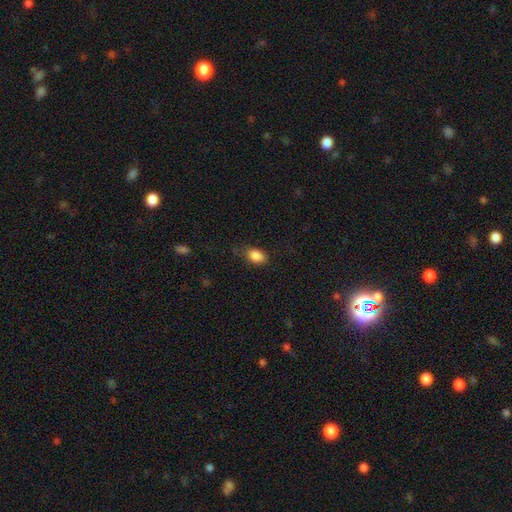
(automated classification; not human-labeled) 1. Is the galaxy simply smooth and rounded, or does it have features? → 86% smooth, 9% star or artifact, 5% featured or disk.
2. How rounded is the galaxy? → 85% in between, 13% round, 2% cigar-shaped.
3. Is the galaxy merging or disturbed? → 69% none, 24% minor disturbance, 6% major disturbance, 2% merger.